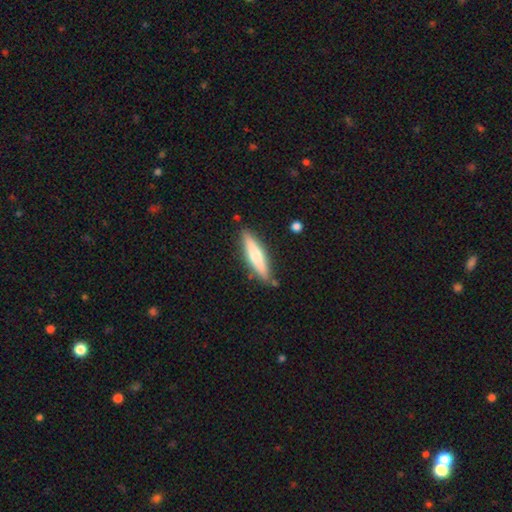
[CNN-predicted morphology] smooth_or_featured: smooth (p=0.55) [alt: featured or disk p=0.40]
how_rounded: cigar-shaped (p=0.83) [alt: in between p=0.16]
merging: none (p=0.84) [alt: minor disturbance p=0.11]